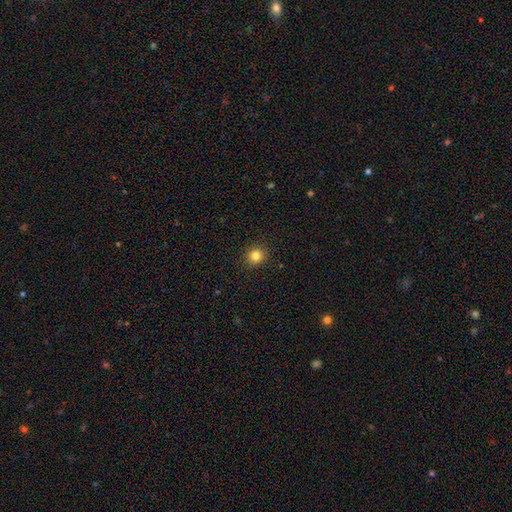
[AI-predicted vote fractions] A smooth galaxy with no disk features (83%) that is round (90%).

Vote fractions:
- Smooth or featured? smooth: 83% / star or artifact: 12% / featured or disk: 5%
- How rounded? round: 90% / in between: 9% / cigar-shaped: 1%
- Merging? none: 91% / minor disturbance: 6% / major disturbance: 2% / merger: 1%